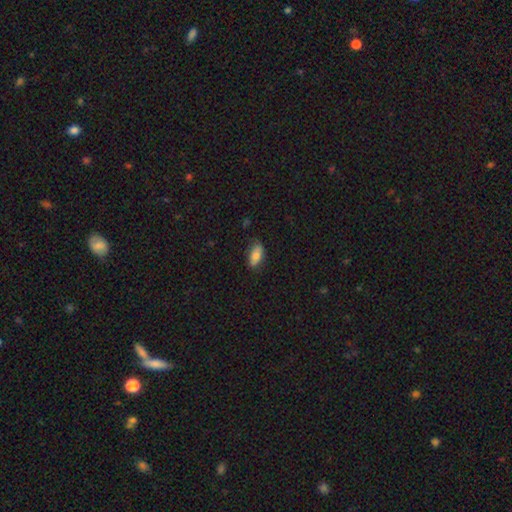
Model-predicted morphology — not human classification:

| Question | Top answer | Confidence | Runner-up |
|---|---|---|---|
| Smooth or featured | smooth | 81% | featured or disk (12%) |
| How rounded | in between | 89% | cigar-shaped (8%) |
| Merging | none | 76% | minor disturbance (20%) |